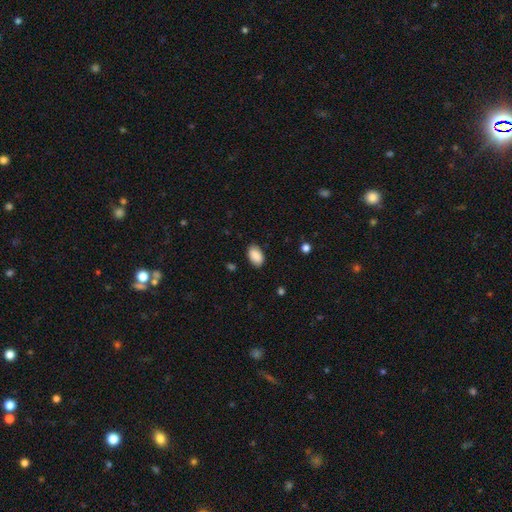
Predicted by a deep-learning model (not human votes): Overall: smooth (90%). How rounded: in between (92%). Merging: none (85%).